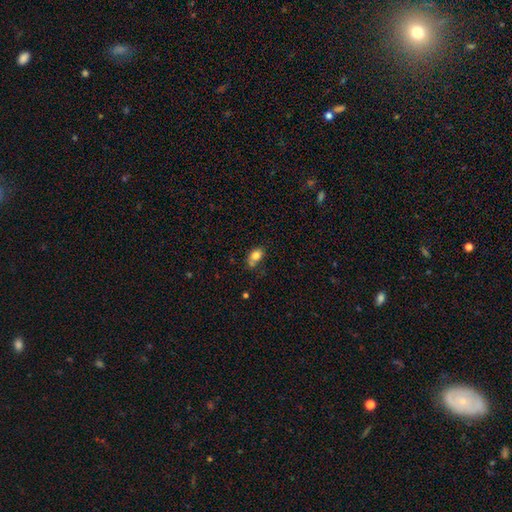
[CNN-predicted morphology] smooth-or-featured: smooth: 80% | star or artifact: 10% | featured or disk: 10%
  how-rounded: in between: 77% | round: 21% | cigar-shaped: 2%
  merging: none: 52% | minor disturbance: 23% | merger: 19% | major disturbance: 7%